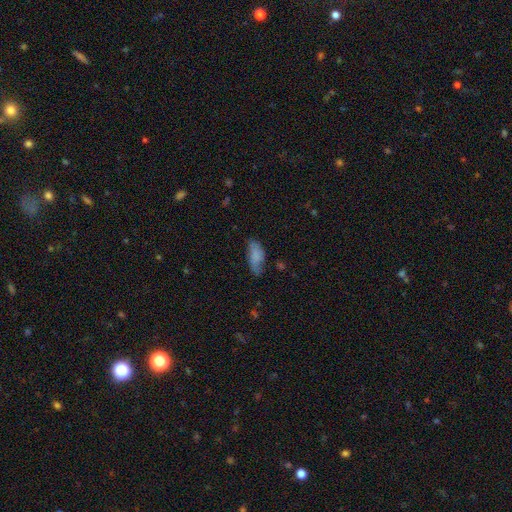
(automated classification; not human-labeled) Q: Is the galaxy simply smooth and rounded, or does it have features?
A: smooth — 78%.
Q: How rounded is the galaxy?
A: in between — 79%.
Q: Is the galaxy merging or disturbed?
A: none — 59%.